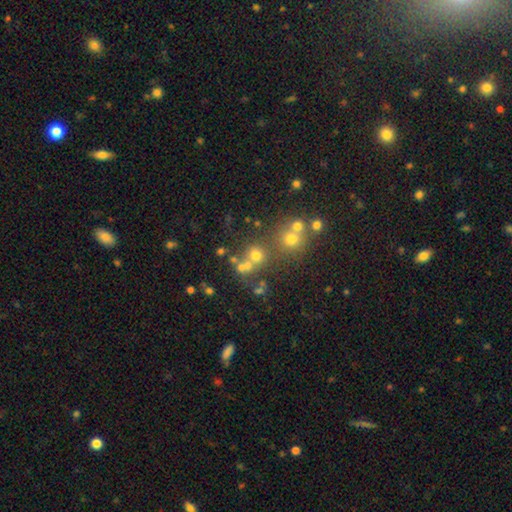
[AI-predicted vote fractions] The model was most divided on "merging": none: 58%, merger: 28%, minor disturbance: 9%, major disturbance: 5%. More confident: how rounded — round (86%); smooth or featured — smooth (60%).